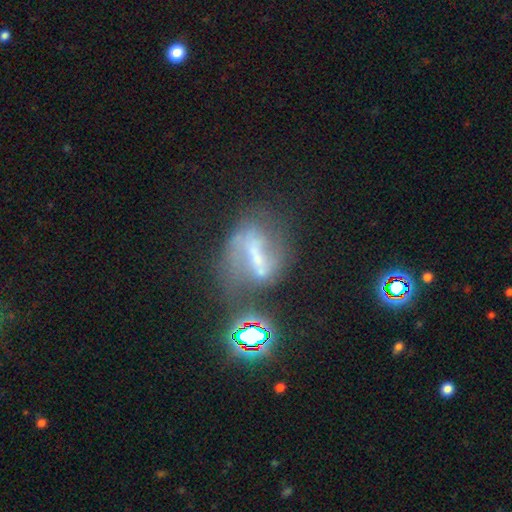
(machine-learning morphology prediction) Overall: featured or disk (56%; smooth 23%). Edge-on disk: no (89%). Merging: none (32%; major disturbance 29%).